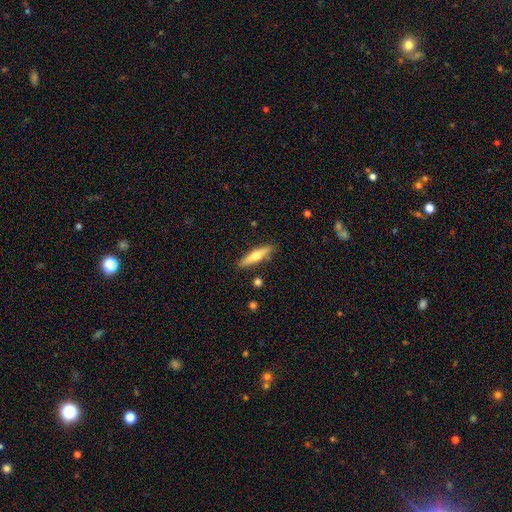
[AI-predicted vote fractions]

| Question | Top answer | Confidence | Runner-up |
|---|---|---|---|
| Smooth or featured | smooth | 52% | featured or disk (43%) |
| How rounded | cigar-shaped | 81% | in between (17%) |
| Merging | none | 87% | minor disturbance (9%) |